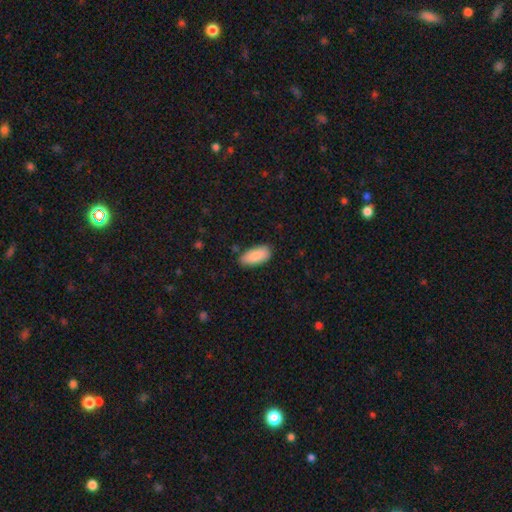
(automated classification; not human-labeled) smooth_or_featured: smooth (p=0.87) [alt: featured or disk p=0.07]
how_rounded: in between (p=0.90) [alt: cigar-shaped p=0.08]
merging: none (p=0.80) [alt: minor disturbance p=0.15]